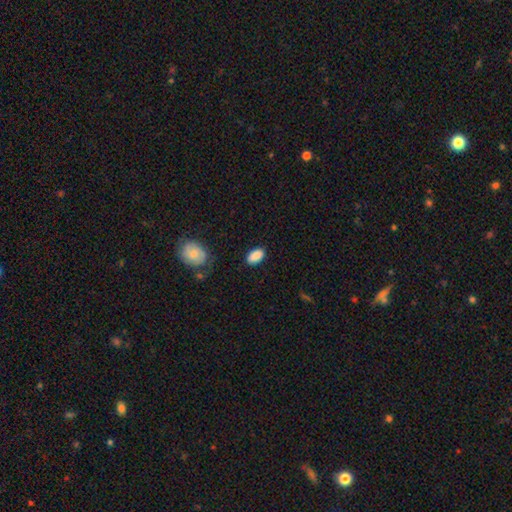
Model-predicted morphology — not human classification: Smooth or featured? Predicted: smooth (p=0.89). How rounded? Predicted: in between (p=0.93). Merging? Predicted: none (p=0.84).